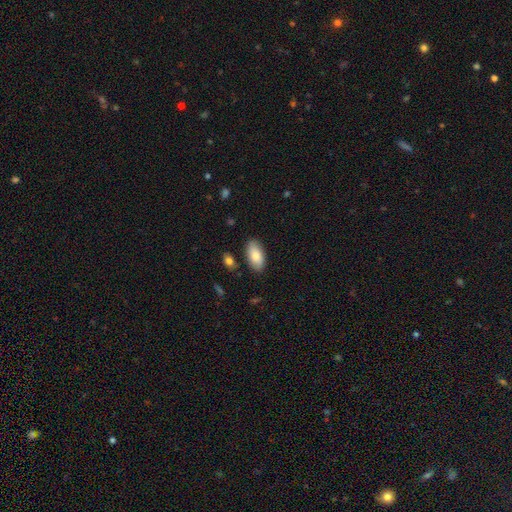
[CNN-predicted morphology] Smooth or featured? Predicted: smooth (p=0.79). How rounded? Predicted: in between (p=0.94). Merging? Predicted: none (p=0.84).